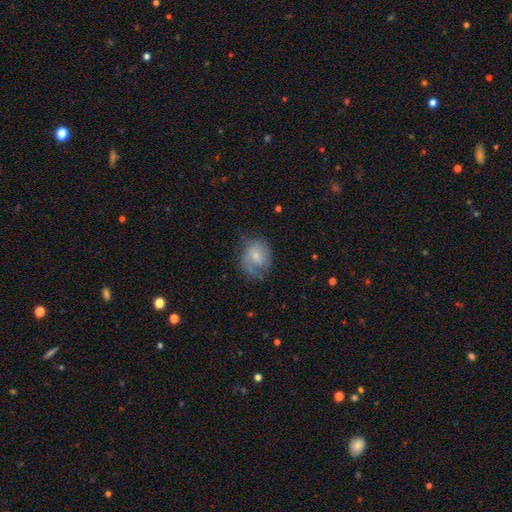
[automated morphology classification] Smooth or featured: featured or disk — 53% (smooth — 40%)
Edge-on disk: no — 97% (yes — 3%)
Bar: no — 61% (weak — 34%)
Spiral arms: yes — 81% (no — 19%)
Bulge size: small — 51% (moderate — 36%)
Merging: none — 54% (minor disturbance — 26%)